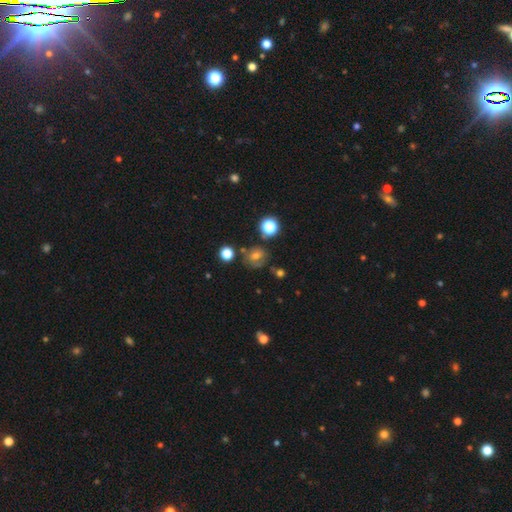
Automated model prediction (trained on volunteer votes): A smooth galaxy with no disk features (52%) that is round (75%). Merging: none (64%).